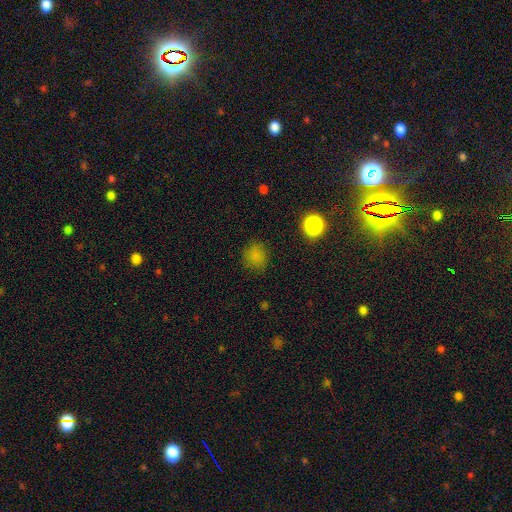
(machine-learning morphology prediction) smooth_or_featured: smooth (p=0.78) [alt: star or artifact p=0.18]
how_rounded: round (p=0.85) [alt: in between p=0.14]
merging: none (p=0.83) [alt: minor disturbance p=0.12]